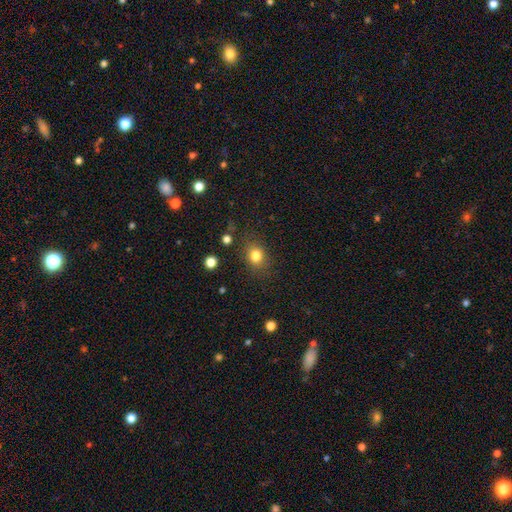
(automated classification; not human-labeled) Overall: smooth (81%). How rounded: round (59%; in between 40%). Merging: none (81%).